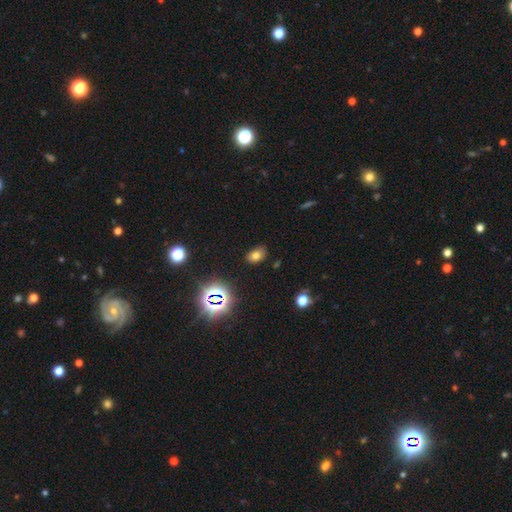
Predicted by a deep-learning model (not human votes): This appears to be a smooth galaxy with no disk features (69%) that is in between round and cigar-shaped (79%). Merging: none (79%).